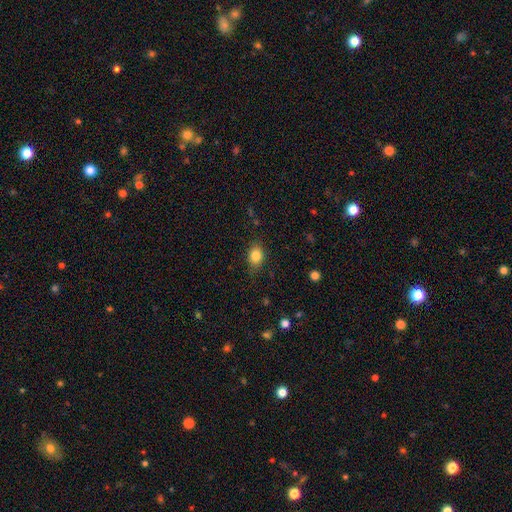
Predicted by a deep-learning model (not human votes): smooth 84%, star or artifact 9%, featured or disk 7%. Down the decision tree: how rounded — in between (65%); merging — none (80%).